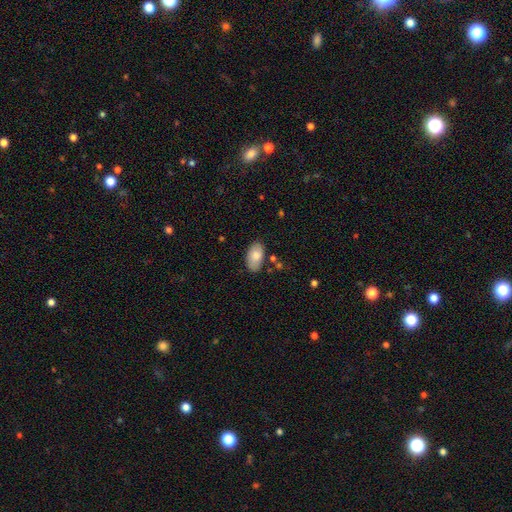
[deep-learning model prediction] Morphology: type=smooth (80%); roundness=in between (95%); merging=none (80%).